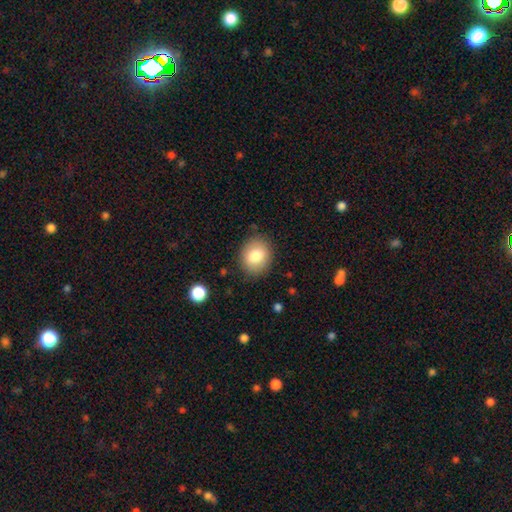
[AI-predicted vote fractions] smooth 81%, featured or disk 11%, star or artifact 9%. Down the decision tree: how rounded — round (59%); merging — none (85%).